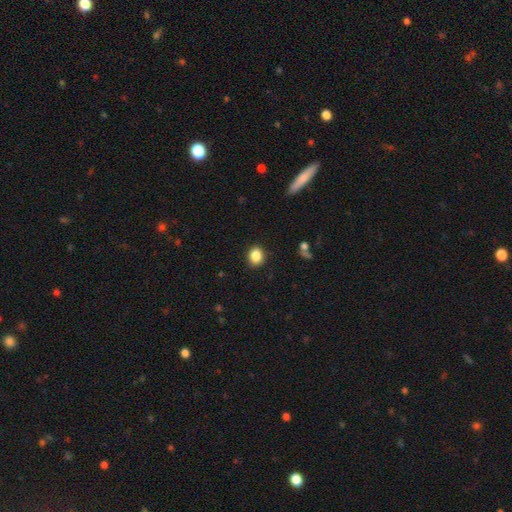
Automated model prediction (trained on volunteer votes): This is clearly a smooth galaxy (86%). How rounded: likely round (63%). Merging: clearly none (88%).